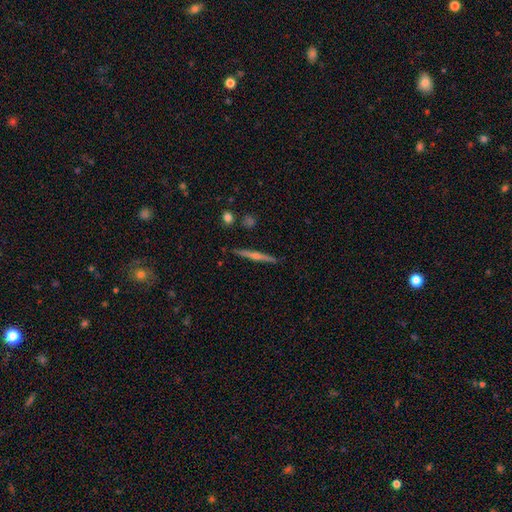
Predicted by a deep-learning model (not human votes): smooth_or_featured: featured or disk (p=0.66) [alt: smooth p=0.23]
disk_edge_on: yes (p=0.95) [alt: no p=0.05]
edge_on_bulge: rounded (p=0.69) [alt: none p=0.22]
merging: none (p=0.86) [alt: minor disturbance p=0.09]